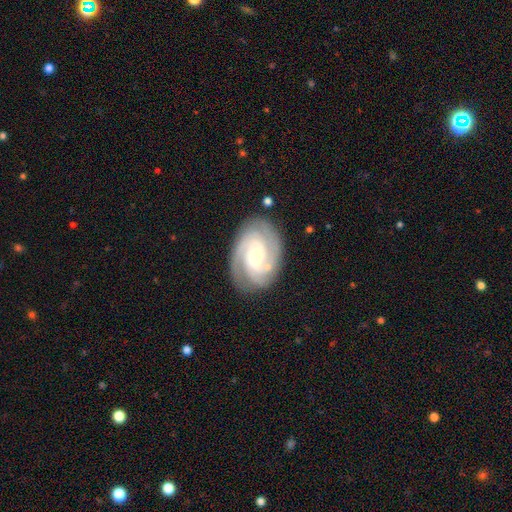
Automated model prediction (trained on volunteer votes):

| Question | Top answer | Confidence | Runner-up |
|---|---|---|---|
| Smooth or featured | featured or disk | 86% | smooth (9%) |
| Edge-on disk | no | 97% | yes (3%) |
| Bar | no | 61% | weak (31%) |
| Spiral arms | yes | 97% | no (3%) |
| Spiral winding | tight | 61% | medium (33%) |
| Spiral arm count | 3 | 42% | 2 (30%) |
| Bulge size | small | 53% | moderate (42%) |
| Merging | none | 81% | minor disturbance (13%) |